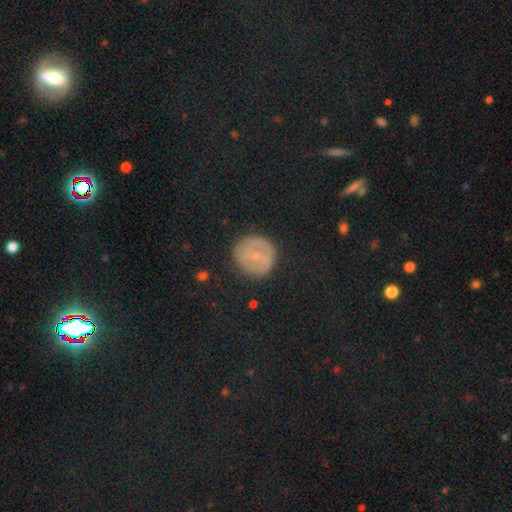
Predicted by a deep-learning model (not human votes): A smooth galaxy with no disk features (48%).

Vote fractions:
- Smooth or featured? smooth: 48% / featured or disk: 28% / star or artifact: 24%
- Merging? none: 82% / minor disturbance: 12% / major disturbance: 4% / merger: 2%